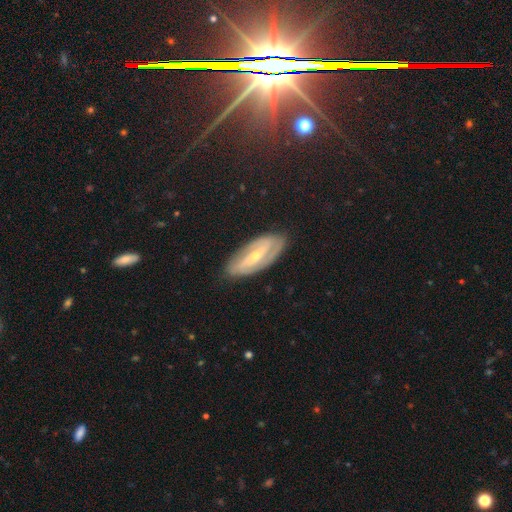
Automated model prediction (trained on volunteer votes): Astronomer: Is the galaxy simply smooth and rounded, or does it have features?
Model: featured or disk — 81%.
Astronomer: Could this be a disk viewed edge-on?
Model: no — 91%.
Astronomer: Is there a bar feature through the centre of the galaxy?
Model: strong — 45% (runner-up: weak, 35%).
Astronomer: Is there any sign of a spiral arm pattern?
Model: yes — 88%.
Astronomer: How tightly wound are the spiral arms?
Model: tight — 44% (runner-up: medium, 38%).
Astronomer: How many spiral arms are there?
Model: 2 — 80%.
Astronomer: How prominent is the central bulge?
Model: small — 63%.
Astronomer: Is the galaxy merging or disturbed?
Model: none — 82%.